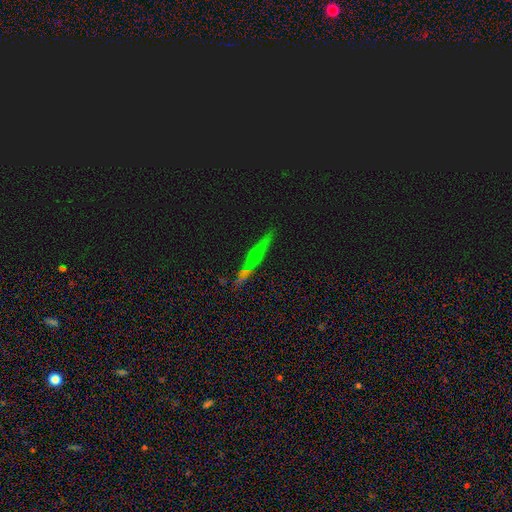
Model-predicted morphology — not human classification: Smooth or featured? featured or disk (44%)
Merging? none (78%)